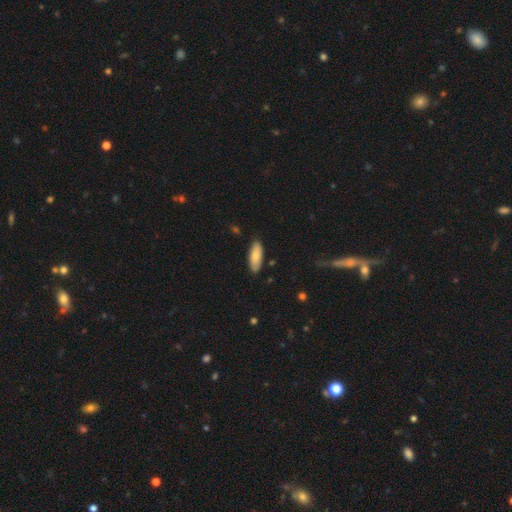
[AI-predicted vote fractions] A smooth galaxy with no disk features (79%) that is in between round and cigar-shaped (71%). Merging: none (86%).